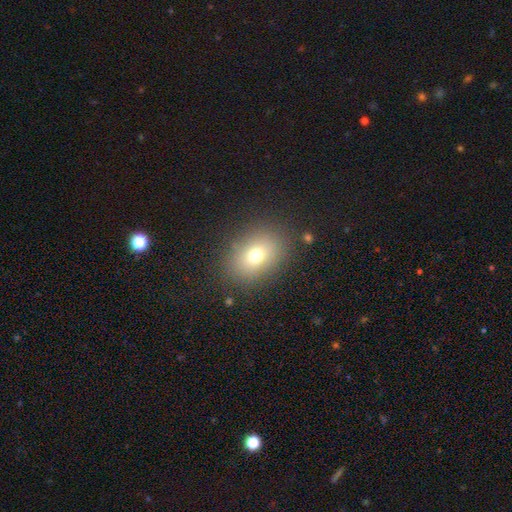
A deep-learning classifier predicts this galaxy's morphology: type=smooth (72%); roundness=in between (68%); merging=none (85%).